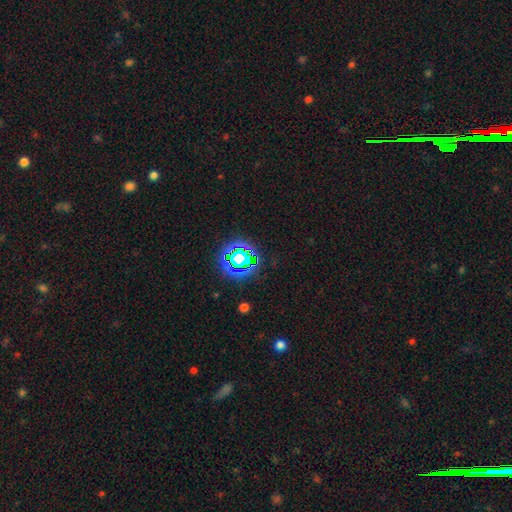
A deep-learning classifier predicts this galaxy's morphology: The model was most divided on "smooth or featured": star or artifact: 77%, smooth: 16%, featured or disk: 7%.